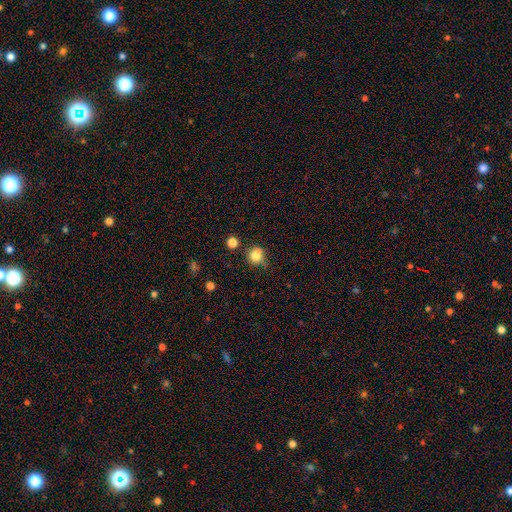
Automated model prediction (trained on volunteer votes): Smooth or featured?
  - smooth: 78% *
  - star or artifact: 13%
  - featured or disk: 9%
How rounded?
  - round: 85% *
  - in between: 14%
  - cigar-shaped: 1%
Merging?
  - none: 59% *
  - minor disturbance: 18%
  - merger: 17%
  - major disturbance: 6%